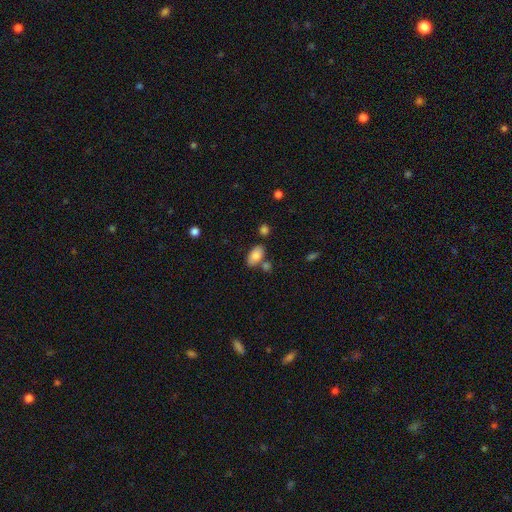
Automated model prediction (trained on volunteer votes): Smooth or featured: smooth — 82% (featured or disk — 11%)
How rounded: in between — 93% (round — 4%)
Merging: none — 67% (merger — 15%)